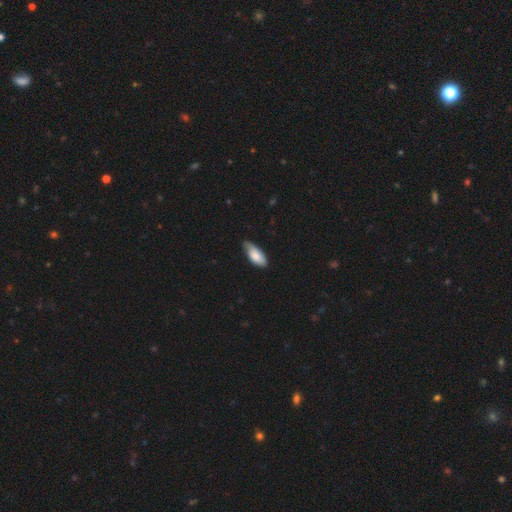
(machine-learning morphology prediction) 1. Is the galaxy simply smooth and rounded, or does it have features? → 78% smooth, 16% featured or disk, 5% star or artifact.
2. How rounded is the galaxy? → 88% in between, 10% cigar-shaped, 2% round.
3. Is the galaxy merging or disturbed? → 59% none, 34% minor disturbance, 6% major disturbance, 1% merger.